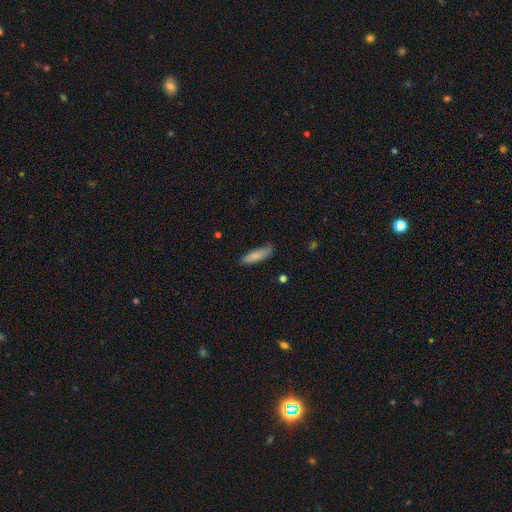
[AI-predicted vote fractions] smooth 80%, featured or disk 14%, star or artifact 6%. Down the decision tree: how rounded — cigar-shaped (51%); merging — none (71%).